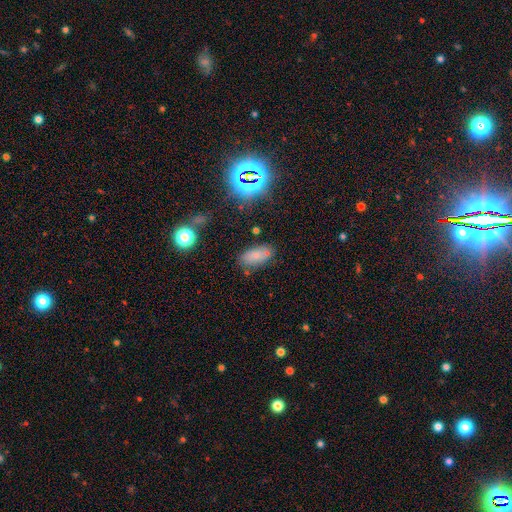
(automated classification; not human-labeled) Smooth or featured: smooth — 69% (star or artifact — 17%)
How rounded: in between — 89% (cigar-shaped — 6%)
Merging: none — 71% (minor disturbance — 16%)